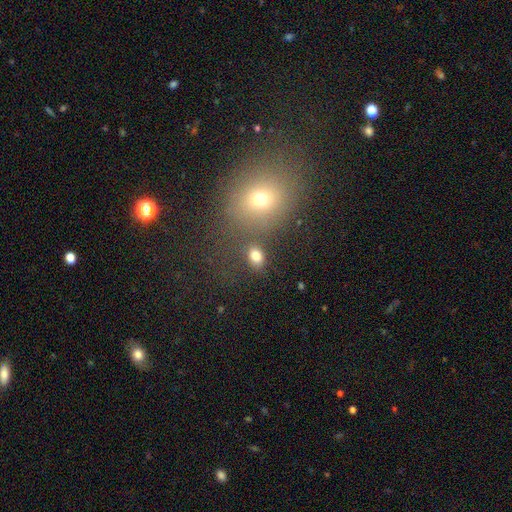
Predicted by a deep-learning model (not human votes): smooth 78%, star or artifact 14%, featured or disk 8%. Down the decision tree: how rounded — in between (67%); merging — none (72%).